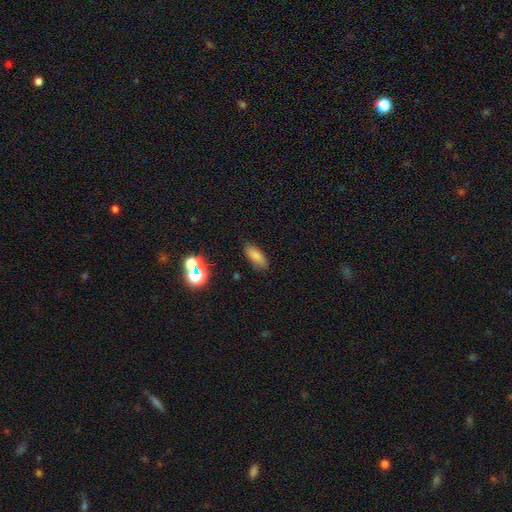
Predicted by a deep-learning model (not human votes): Overall: smooth (81%). How rounded: in between (76%). Merging: none (82%).